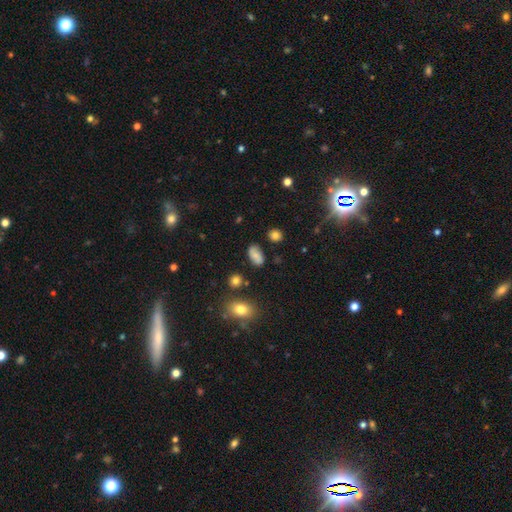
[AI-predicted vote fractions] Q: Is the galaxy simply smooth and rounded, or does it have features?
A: smooth — 73%.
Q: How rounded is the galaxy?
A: in between — 88%.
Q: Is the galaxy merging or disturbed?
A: none — 74%.